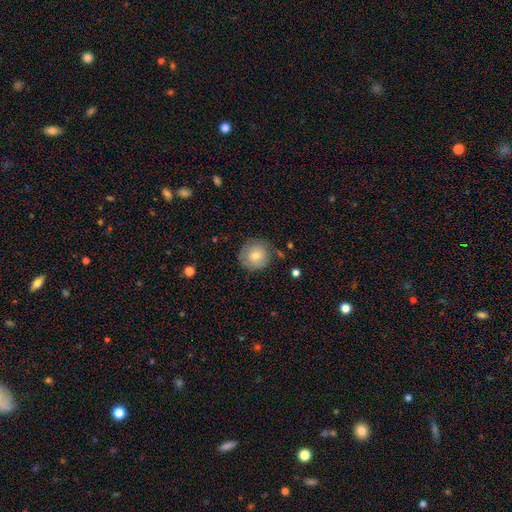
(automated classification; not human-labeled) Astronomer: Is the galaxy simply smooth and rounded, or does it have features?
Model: smooth — 69%.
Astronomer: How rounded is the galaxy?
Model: round — 93%.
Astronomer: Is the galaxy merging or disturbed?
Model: none — 79%.